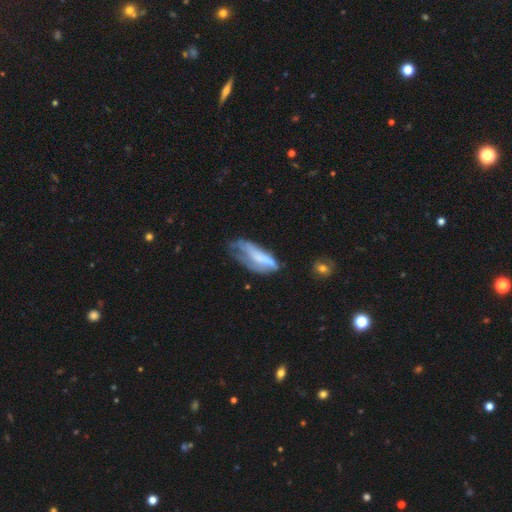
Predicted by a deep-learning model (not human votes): smooth-or-featured: smooth: 53% | featured or disk: 39% | star or artifact: 8%
  how-rounded: in between: 64% | cigar-shaped: 33% | round: 2%
  merging: major disturbance: 44% | minor disturbance: 29% | none: 21% | merger: 6%